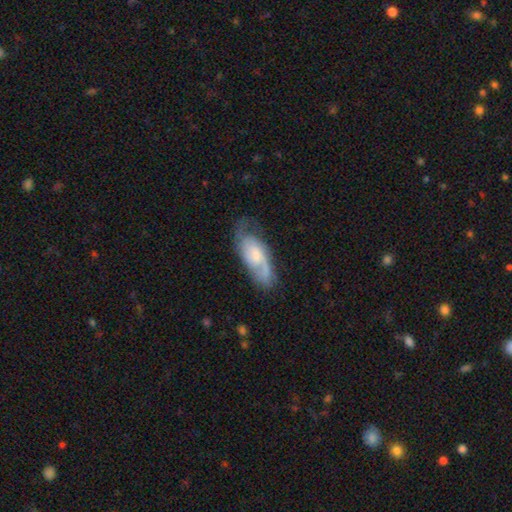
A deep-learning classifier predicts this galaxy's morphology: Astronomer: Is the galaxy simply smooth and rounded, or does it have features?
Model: featured or disk — 65%.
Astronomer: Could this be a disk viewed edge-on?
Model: no — 91%.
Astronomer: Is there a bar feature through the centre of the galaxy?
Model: no — 62%.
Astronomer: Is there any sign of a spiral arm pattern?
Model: yes — 89%.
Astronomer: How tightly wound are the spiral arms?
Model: medium — 43% (runner-up: tight, 34%).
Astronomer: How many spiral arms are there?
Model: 2 — 49% (runner-up: 1, 26%).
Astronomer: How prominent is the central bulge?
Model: small — 44% (runner-up: moderate, 37%).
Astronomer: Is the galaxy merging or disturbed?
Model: none — 57%.